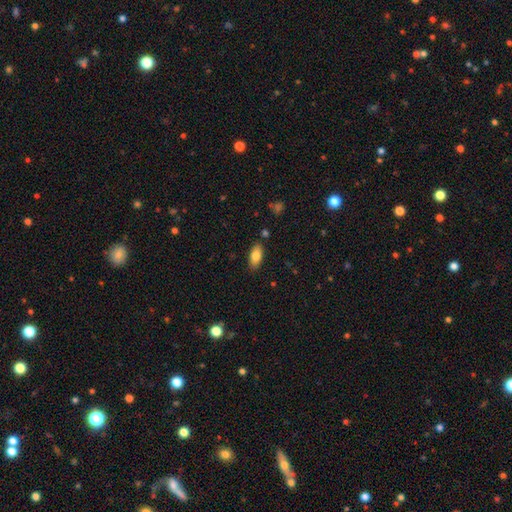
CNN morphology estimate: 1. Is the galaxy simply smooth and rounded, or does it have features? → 80% smooth, 13% featured or disk, 7% star or artifact.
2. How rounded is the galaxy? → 89% in between, 9% cigar-shaped, 3% round.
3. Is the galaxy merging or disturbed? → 85% none, 11% minor disturbance, 2% merger, 2% major disturbance.